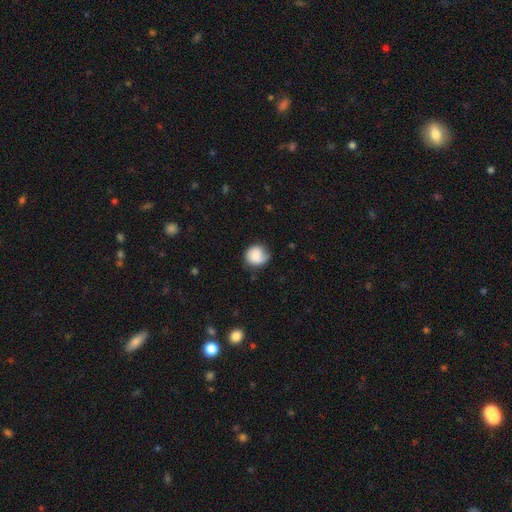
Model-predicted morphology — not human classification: smooth-or-featured: smooth: 74% | featured or disk: 18% | star or artifact: 8%
  how-rounded: round: 85% | in between: 14% | cigar-shaped: 1%
  merging: none: 64% | minor disturbance: 27% | major disturbance: 8% | merger: 2%